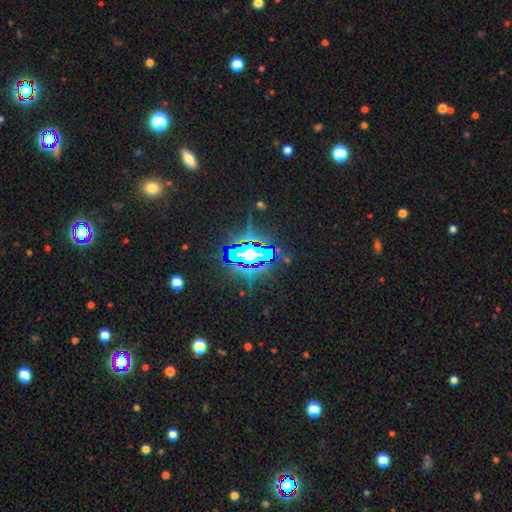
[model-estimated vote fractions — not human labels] Overall: star or artifact (72%).